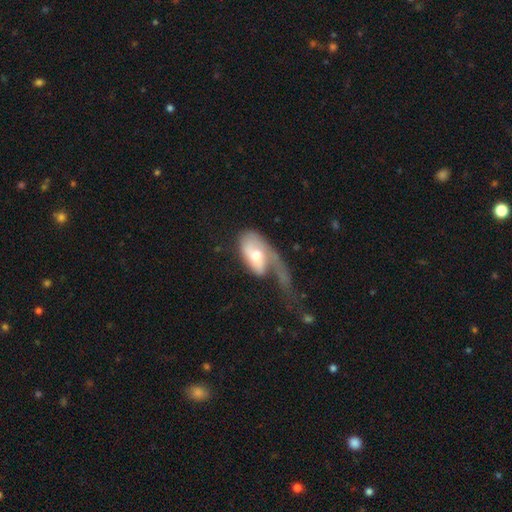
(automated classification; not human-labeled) Smooth or featured: featured or disk — 59% (smooth — 35%)
Edge-on disk: no — 93% (yes — 7%)
Bar: no — 61% (weak — 30%)
Spiral arms: yes — 73% (no — 27%)
Bulge size: moderate — 64% (small — 19%)
Merging: major disturbance — 61% (none — 17%)